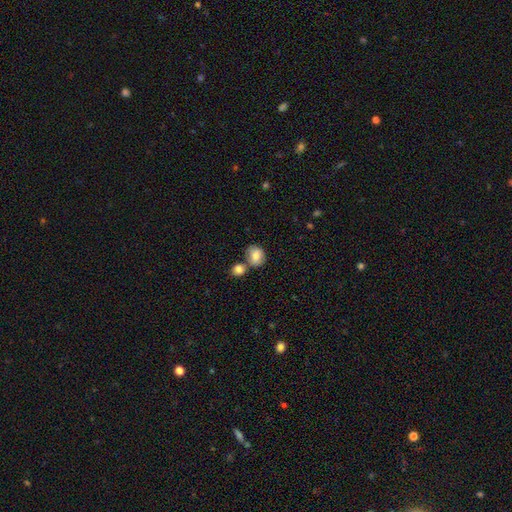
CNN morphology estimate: A smooth galaxy with no disk features (81%) that is round (65%).

Vote fractions:
- Smooth or featured? smooth: 81% / featured or disk: 10% / star or artifact: 8%
- How rounded? round: 65% / in between: 34% / cigar-shaped: 1%
- Merging? none: 50% / merger: 33% / minor disturbance: 13% / major disturbance: 4%